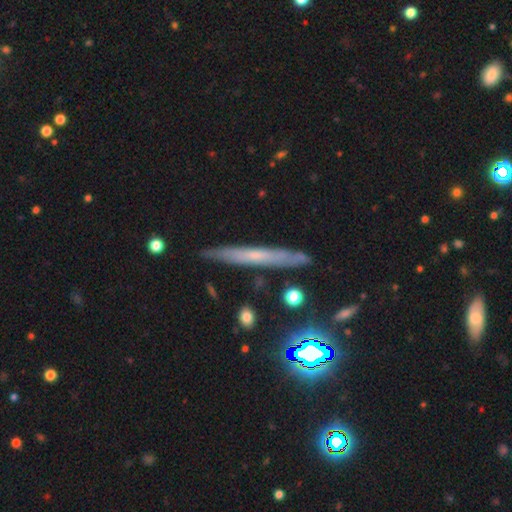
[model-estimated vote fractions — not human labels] This appears to be a featured or disk galaxy (52%) viewed edge-on (89%). Merging: none (86%).